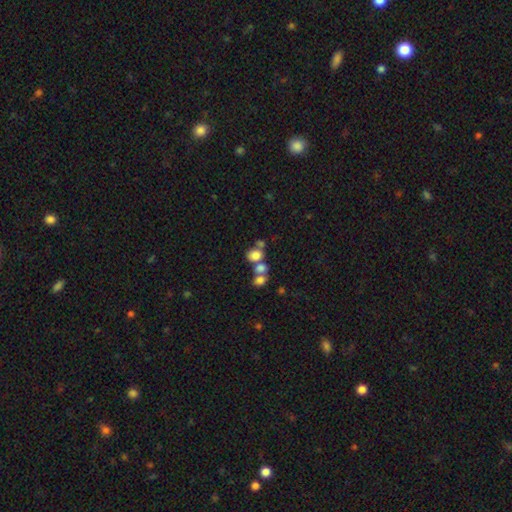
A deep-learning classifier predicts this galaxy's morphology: Smooth or featured?
  - smooth: 74% *
  - featured or disk: 14%
  - star or artifact: 13%
How rounded?
  - in between: 52% *
  - round: 47%
  - cigar-shaped: 1%
Merging?
  - merger: 49% *
  - none: 34%
  - minor disturbance: 10%
  - major disturbance: 7%